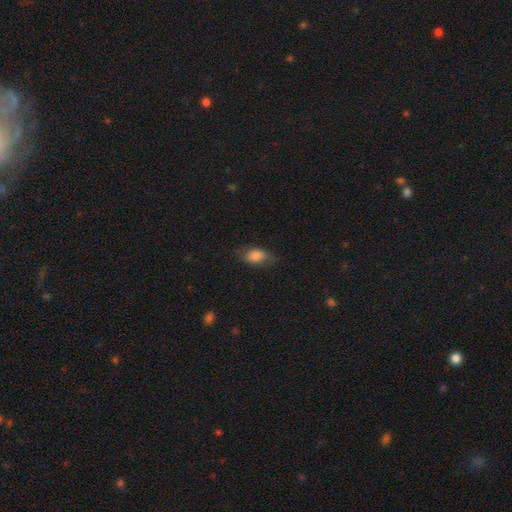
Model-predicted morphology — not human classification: type=smooth (81%); roundness=in between (81%); merging=none (66%).